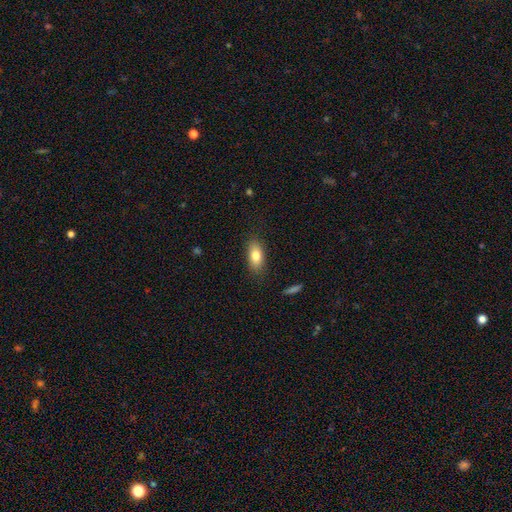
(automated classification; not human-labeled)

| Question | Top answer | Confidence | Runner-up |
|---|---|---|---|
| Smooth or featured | smooth | 79% | featured or disk (13%) |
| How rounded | in between | 86% | cigar-shaped (9%) |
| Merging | none | 84% | minor disturbance (12%) |